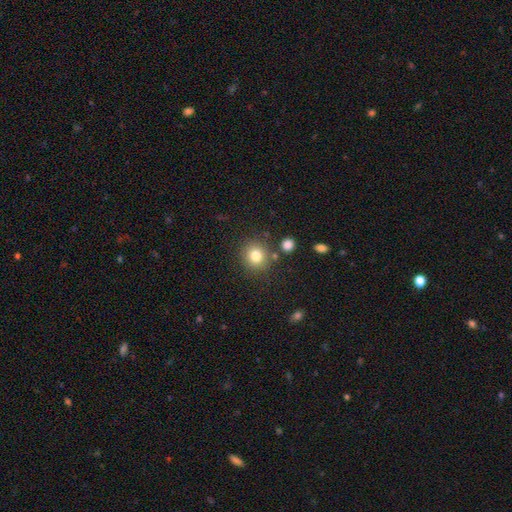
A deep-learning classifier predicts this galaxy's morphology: Smooth or featured? Predicted: smooth (p=0.80). How rounded? Predicted: round (p=0.89). Merging? Predicted: none (p=0.82).